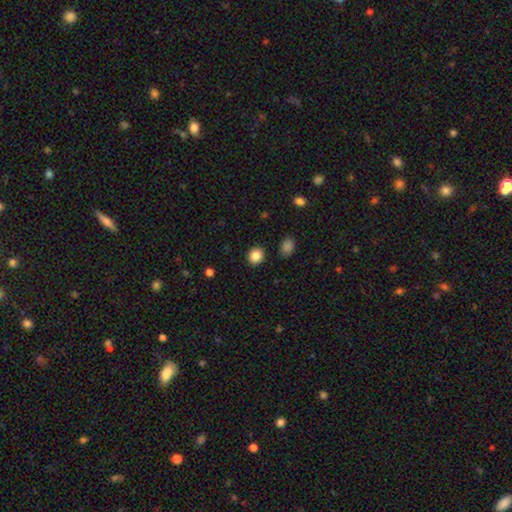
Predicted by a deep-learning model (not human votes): smooth 87%, star or artifact 10%, featured or disk 3%. Down the decision tree: how rounded — round (84%); merging — none (90%).